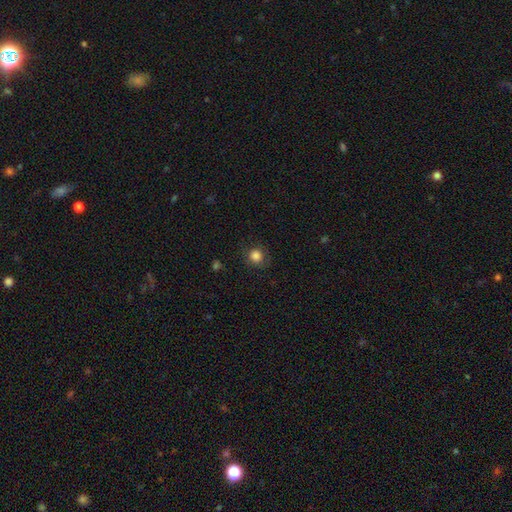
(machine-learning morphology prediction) Smooth or featured?
  - smooth: 83% *
  - star or artifact: 11%
  - featured or disk: 6%
How rounded?
  - round: 86% *
  - in between: 13%
  - cigar-shaped: 1%
Merging?
  - none: 80% *
  - minor disturbance: 14%
  - major disturbance: 5%
  - merger: 1%